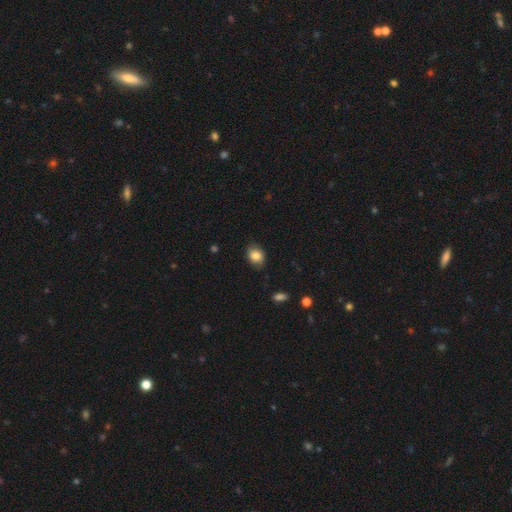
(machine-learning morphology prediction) Overall: smooth (83%). How rounded: in between (59%; round 40%). Merging: none (78%).